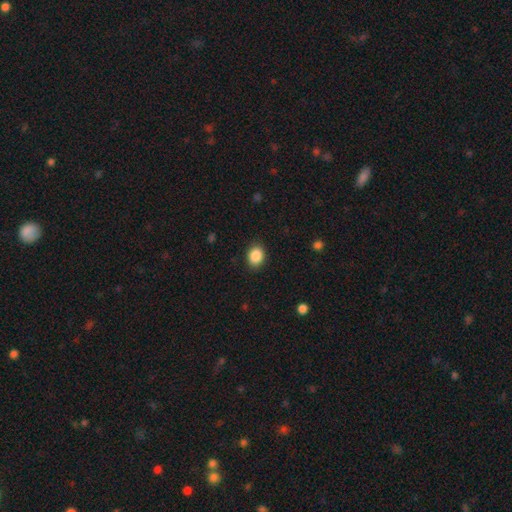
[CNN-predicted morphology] A smooth galaxy with no disk features (88%) that is in between round and cigar-shaped (55%). Merging: none (88%).